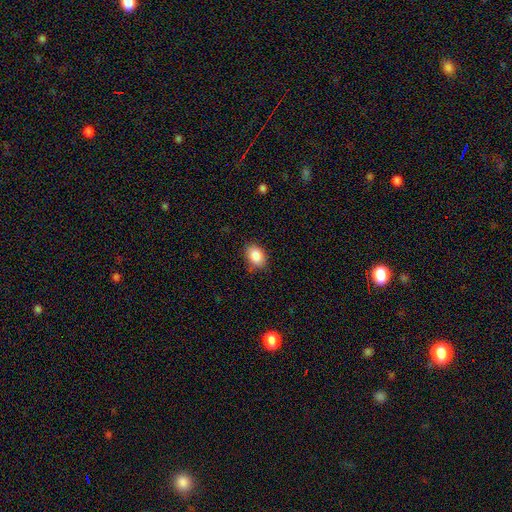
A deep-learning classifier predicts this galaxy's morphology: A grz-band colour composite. It shows a smooth galaxy with no disk features (87%) that is in between round and cigar-shaped (81%). Merging: none (82%).